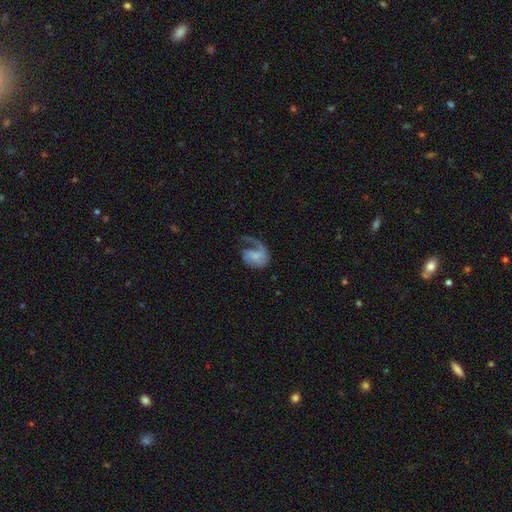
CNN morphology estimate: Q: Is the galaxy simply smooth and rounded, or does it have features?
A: featured or disk — 67%.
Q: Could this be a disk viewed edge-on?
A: no — 98%.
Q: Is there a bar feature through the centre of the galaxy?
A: no — 56%.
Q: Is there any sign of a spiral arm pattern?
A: yes — 88%.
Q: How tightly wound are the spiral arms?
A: loose — 47%.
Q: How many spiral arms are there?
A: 1 — 78%.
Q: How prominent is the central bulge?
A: none — 42%.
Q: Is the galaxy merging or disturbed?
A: major disturbance — 47%.